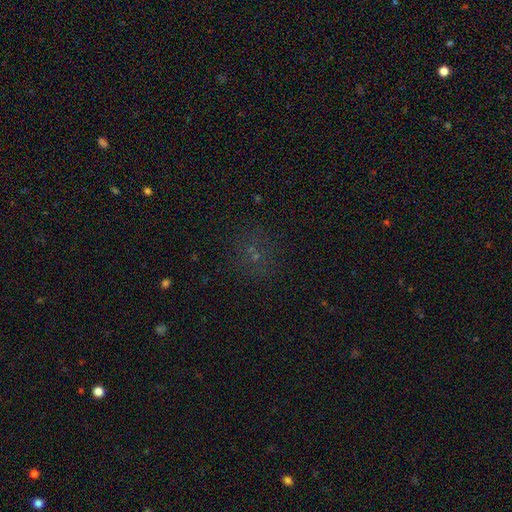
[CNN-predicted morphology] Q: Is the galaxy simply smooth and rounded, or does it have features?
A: star or artifact — 45%.